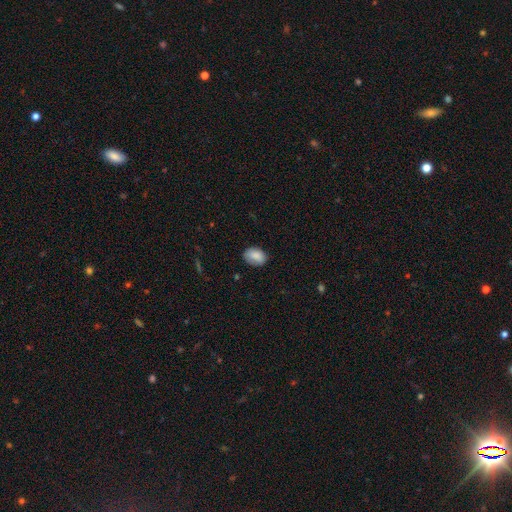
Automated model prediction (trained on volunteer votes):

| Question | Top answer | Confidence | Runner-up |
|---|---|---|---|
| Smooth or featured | smooth | 86% | star or artifact (7%) |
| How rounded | in between | 78% | round (21%) |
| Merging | none | 76% | minor disturbance (19%) |